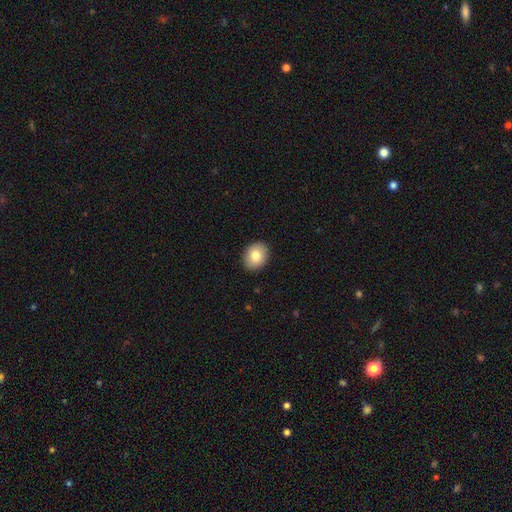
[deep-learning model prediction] This is clearly a smooth galaxy (82%). How rounded: possibly round (52%). Merging: clearly none (90%).